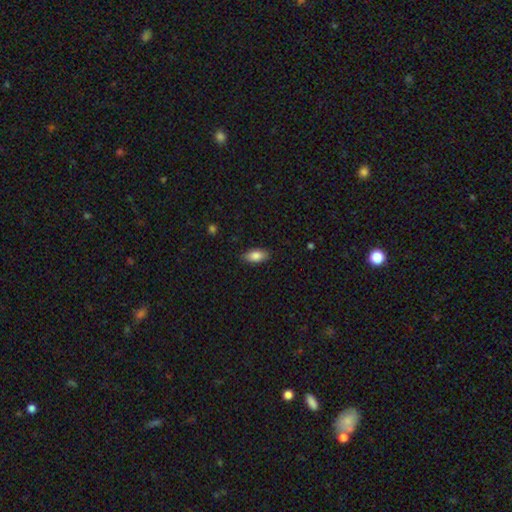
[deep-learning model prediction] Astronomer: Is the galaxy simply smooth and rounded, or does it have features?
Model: smooth — 86%.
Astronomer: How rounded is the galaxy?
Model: in between — 91%.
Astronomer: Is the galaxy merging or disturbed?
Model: none — 86%.